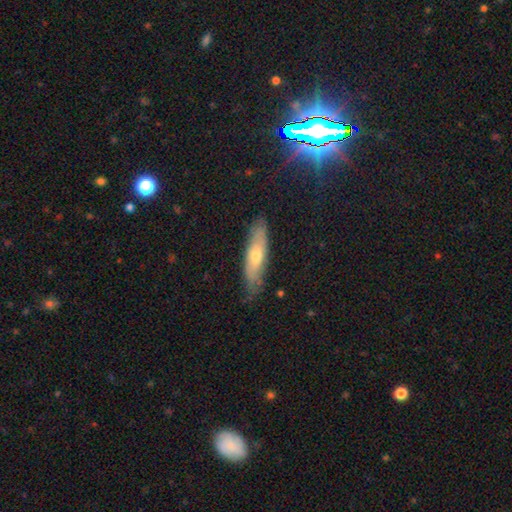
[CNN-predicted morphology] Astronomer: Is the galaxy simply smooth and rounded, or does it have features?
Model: smooth — 55% (runner-up: featured or disk, 38%).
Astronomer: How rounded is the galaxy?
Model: cigar-shaped — 66%.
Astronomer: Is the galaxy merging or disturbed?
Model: none — 76%.